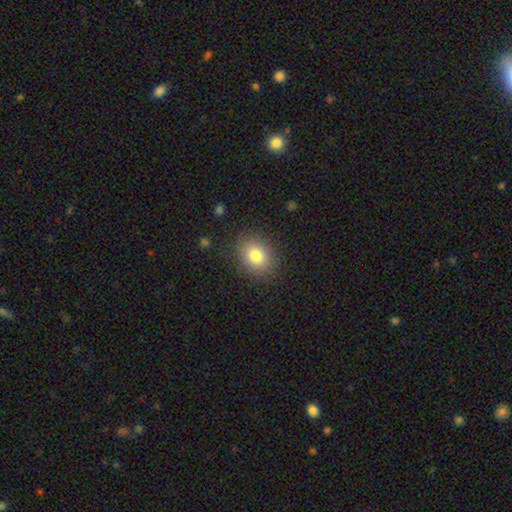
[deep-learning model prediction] Smooth or featured? smooth (81%)
How rounded? in between (53%)
Merging? none (86%)